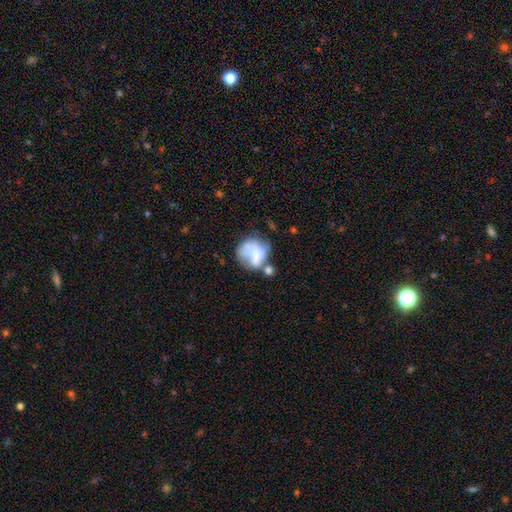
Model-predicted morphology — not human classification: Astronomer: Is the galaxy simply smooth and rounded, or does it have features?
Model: smooth — 54% (runner-up: featured or disk, 36%).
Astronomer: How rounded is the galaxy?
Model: round — 68%.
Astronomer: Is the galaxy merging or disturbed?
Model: none — 33% (runner-up: major disturbance, 24%).